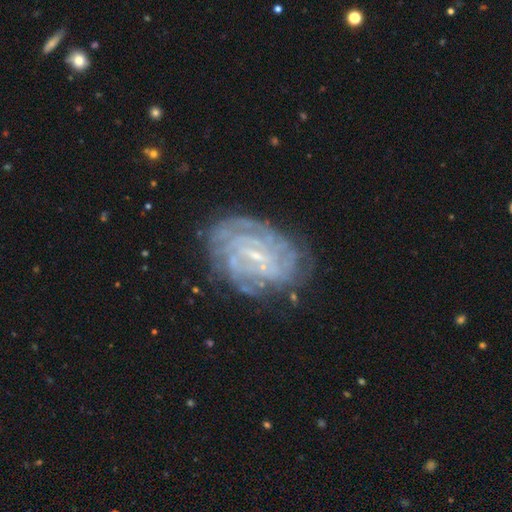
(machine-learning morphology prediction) This appears to be a featured or disk galaxy (83%) with a weak bar (52%), tight (74%) spiral arms (91%) and a small central bulge (74%). Merging: none (73%).